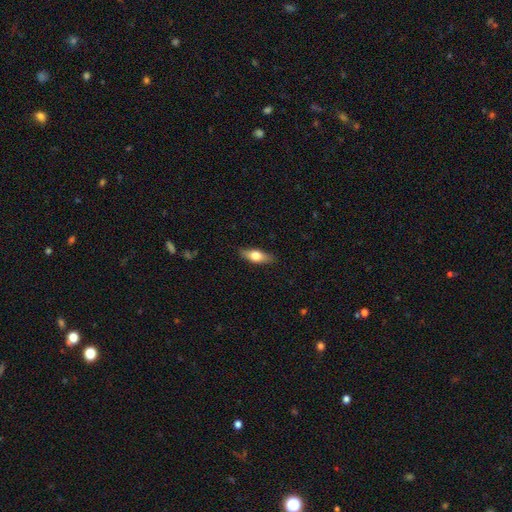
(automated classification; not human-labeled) This appears to be a smooth galaxy with no disk features (63%) that is in between round and cigar-shaped (66%). Merging: none (86%).